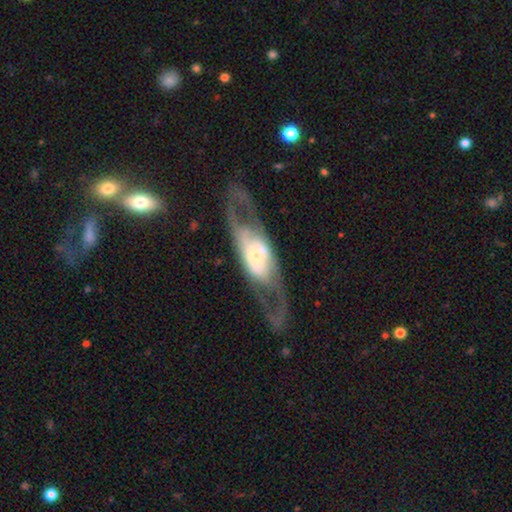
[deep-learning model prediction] This appears to be a featured or disk galaxy (75%) with no bar (66%), spiral arms (68%) and a small central bulge (42%). Merging: none (63%).